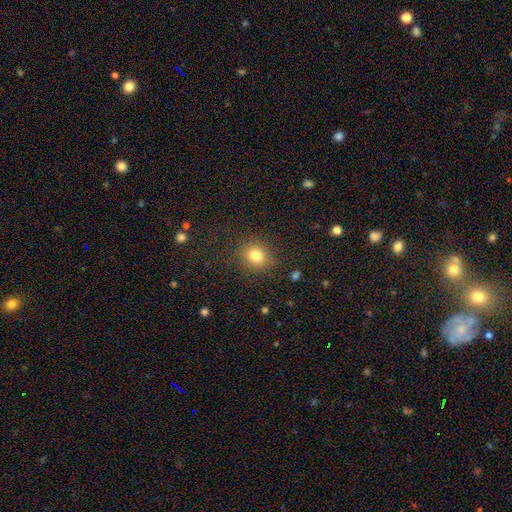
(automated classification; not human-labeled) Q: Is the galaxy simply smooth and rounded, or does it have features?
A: smooth — 80%.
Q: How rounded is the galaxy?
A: round — 79%.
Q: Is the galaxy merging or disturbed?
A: none — 86%.